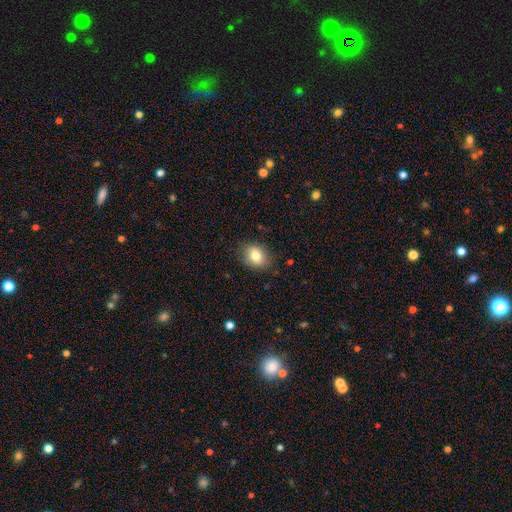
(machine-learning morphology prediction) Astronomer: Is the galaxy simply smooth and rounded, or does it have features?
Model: smooth — 81%.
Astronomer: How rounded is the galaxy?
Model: in between — 51% (runner-up: round, 48%).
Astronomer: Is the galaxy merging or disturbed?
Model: none — 84%.